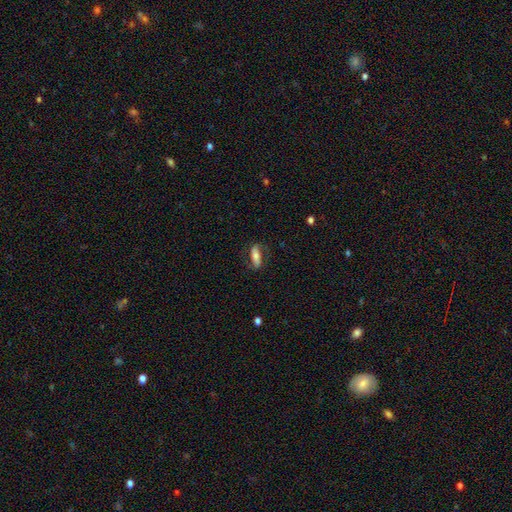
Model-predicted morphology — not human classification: A smooth galaxy with no disk features (48%).

Vote fractions:
- Smooth or featured? smooth: 48% / featured or disk: 45% / star or artifact: 7%
- Merging? none: 72% / minor disturbance: 18% / major disturbance: 9% / merger: 1%